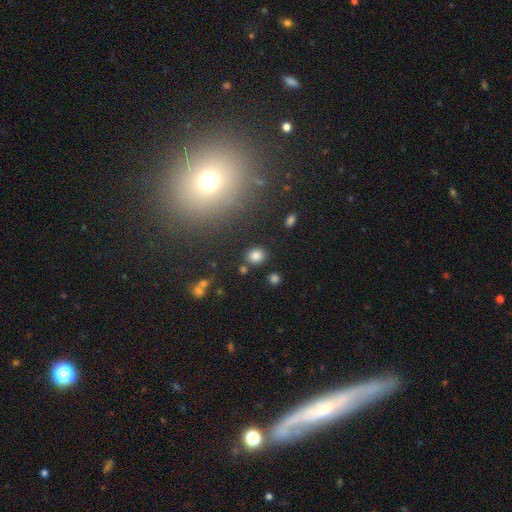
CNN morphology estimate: Smooth or featured: smooth — 82% (star or artifact — 12%)
How rounded: round — 66% (in between — 33%)
Merging: none — 83% (minor disturbance — 9%)